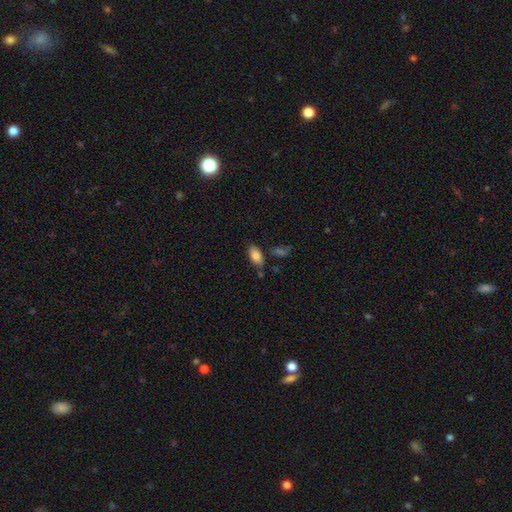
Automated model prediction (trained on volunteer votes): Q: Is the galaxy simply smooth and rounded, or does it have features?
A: smooth — 84%.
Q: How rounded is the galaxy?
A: in between — 93%.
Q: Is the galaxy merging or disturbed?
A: none — 75%.